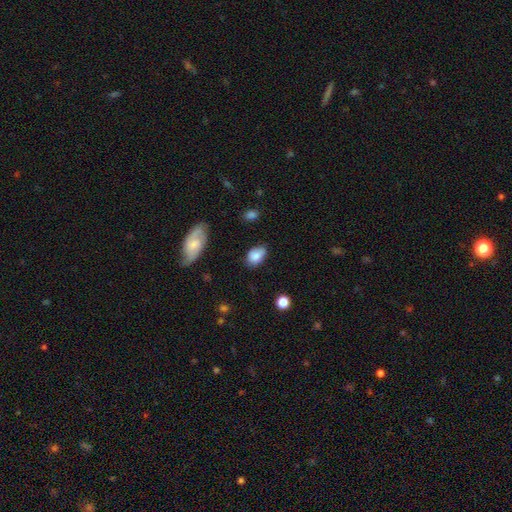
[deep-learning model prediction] smooth 81%, featured or disk 11%, star or artifact 8%. Down the decision tree: how rounded — in between (87%); merging — none (68%).